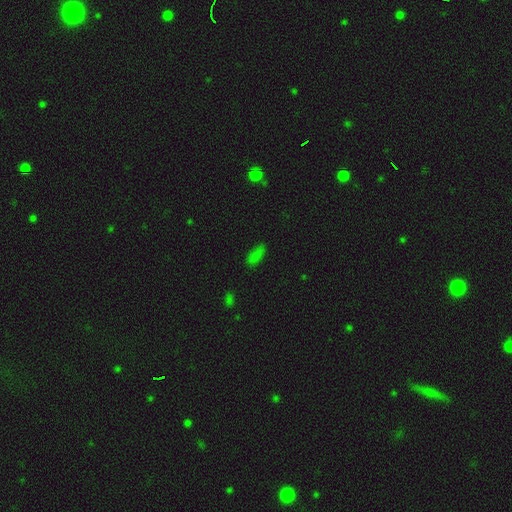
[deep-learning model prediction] Smooth or featured: smooth — 79% (star or artifact — 15%)
How rounded: in between — 78% (cigar-shaped — 18%)
Merging: none — 78% (minor disturbance — 16%)